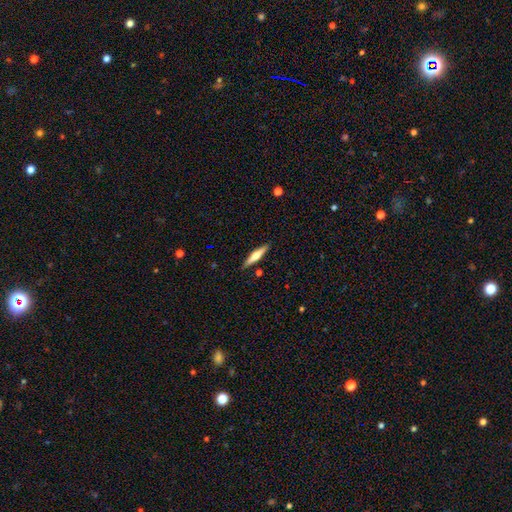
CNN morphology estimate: This is possibly a featured or disk galaxy (48%). Merging: clearly none (88%).